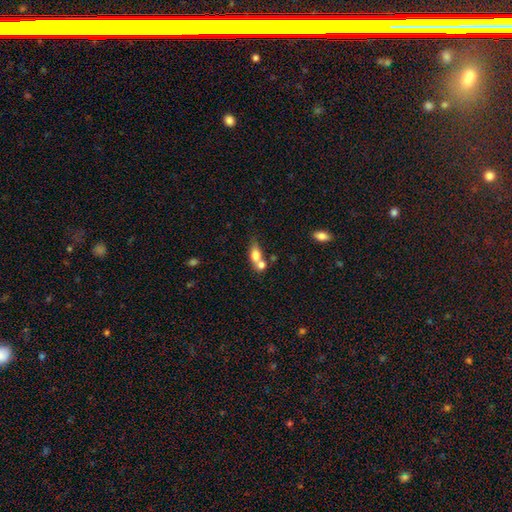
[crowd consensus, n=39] A smooth galaxy with no disk features (82%) that is in between round and cigar-shaped (69%). Merging: merger (68%).